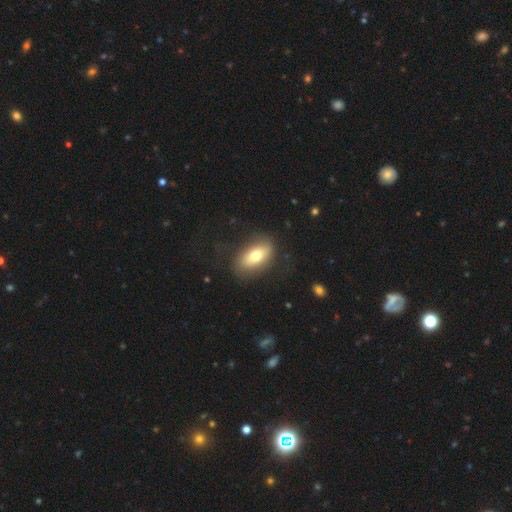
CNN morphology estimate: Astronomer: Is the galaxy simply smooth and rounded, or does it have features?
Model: smooth — 68%.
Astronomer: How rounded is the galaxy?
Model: in between — 88%.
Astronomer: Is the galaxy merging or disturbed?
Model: none — 76%.